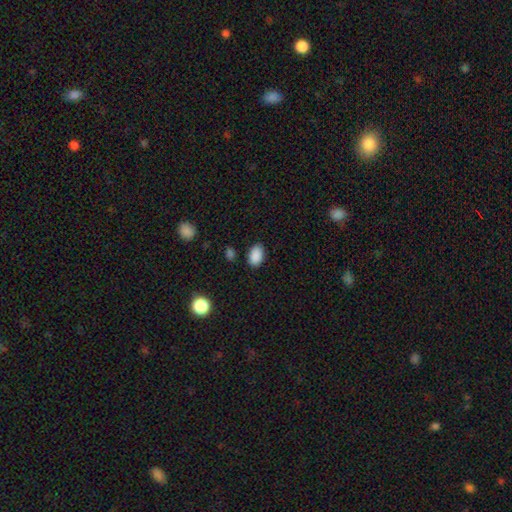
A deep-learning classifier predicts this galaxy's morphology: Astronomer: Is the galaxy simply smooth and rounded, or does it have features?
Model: smooth — 89%.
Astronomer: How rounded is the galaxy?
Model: in between — 88%.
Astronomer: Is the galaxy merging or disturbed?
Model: none — 84%.